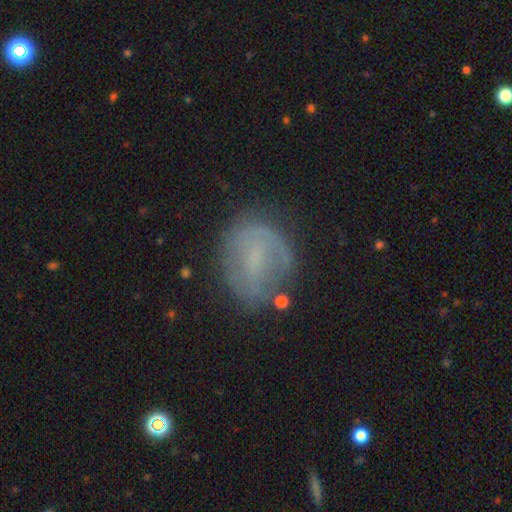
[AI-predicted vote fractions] smooth_or_featured: featured or disk (p=0.50) [alt: smooth p=0.39]
merging: none (p=0.62) [alt: minor disturbance p=0.22]